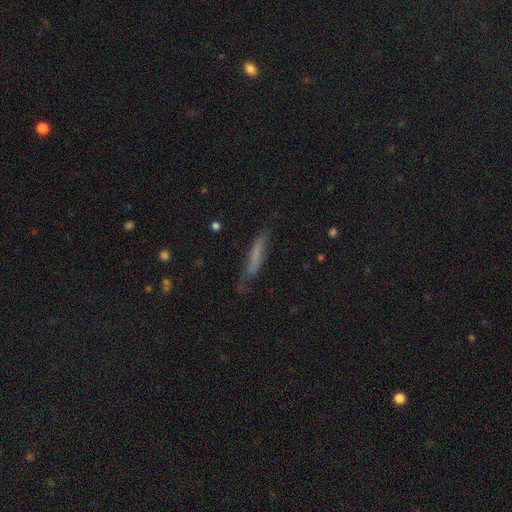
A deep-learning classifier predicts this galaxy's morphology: A smooth galaxy with no disk features (61%) that is cigar-shaped (89%).

Vote fractions:
- Smooth or featured? smooth: 61% / featured or disk: 31% / star or artifact: 8%
- How rounded? cigar-shaped: 89% / in between: 9% / round: 2%
- Merging? none: 62% / minor disturbance: 26% / major disturbance: 10% / merger: 3%